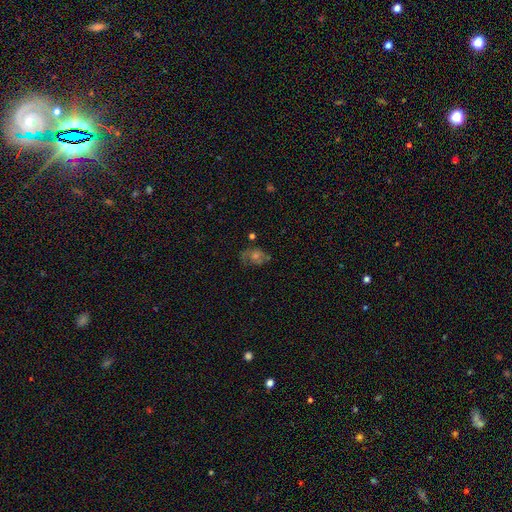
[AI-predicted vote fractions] Q: Smooth or featured?
A: featured or disk (50%); runner-up: smooth (29%)
Q: Edge-on disk?
A: no (95%); runner-up: yes (5%)
Q: Merging?
A: none (63%); runner-up: minor disturbance (21%)